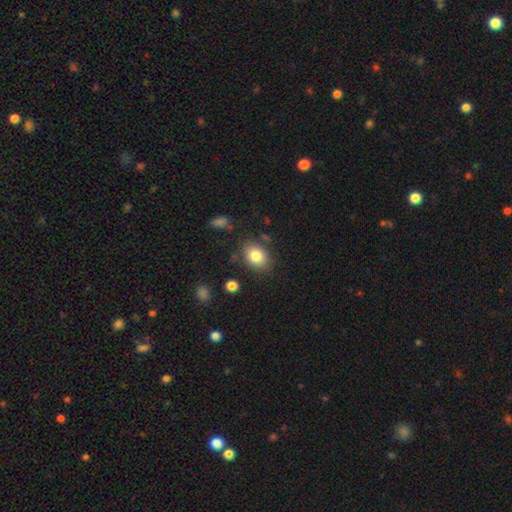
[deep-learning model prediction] The model was most divided on "how rounded": in between: 68%, round: 31%, cigar-shaped: 1%. More confident: smooth or featured — smooth (83%); merging — none (78%).